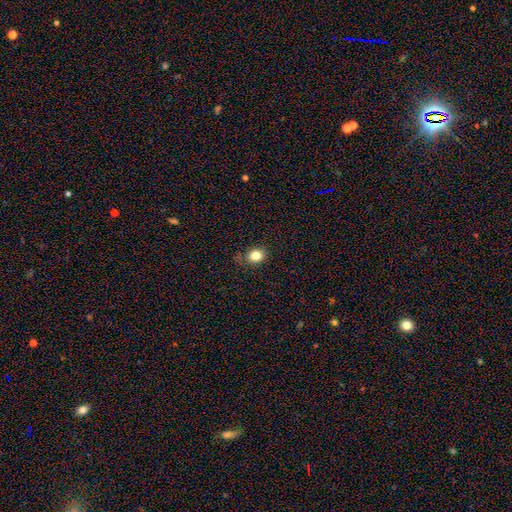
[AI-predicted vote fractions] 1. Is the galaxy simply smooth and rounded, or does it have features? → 82% smooth, 12% star or artifact, 6% featured or disk.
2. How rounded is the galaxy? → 61% round, 38% in between, 1% cigar-shaped.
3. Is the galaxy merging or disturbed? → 82% none, 14% minor disturbance, 3% major disturbance, 1% merger.